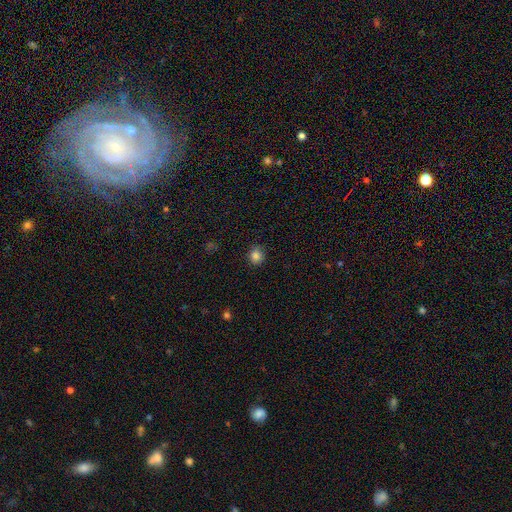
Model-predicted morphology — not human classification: smooth-or-featured: smooth: 84% | star or artifact: 12% | featured or disk: 4%
  how-rounded: round: 87% | in between: 13% | cigar-shaped: 1%
  merging: none: 85% | minor disturbance: 12% | major disturbance: 3% | merger: 1%